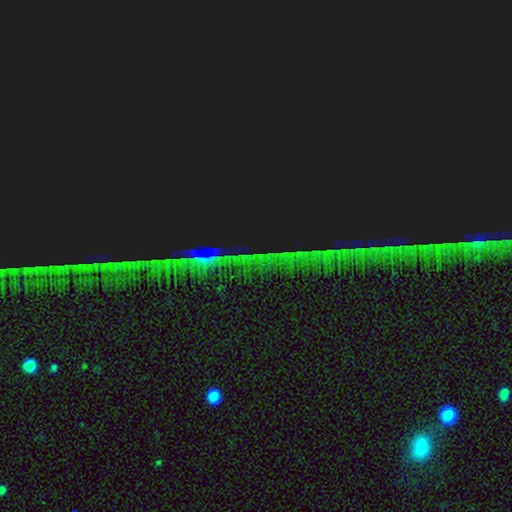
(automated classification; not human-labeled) smooth-or-featured: star or artifact: 85% | featured or disk: 8% | smooth: 8%